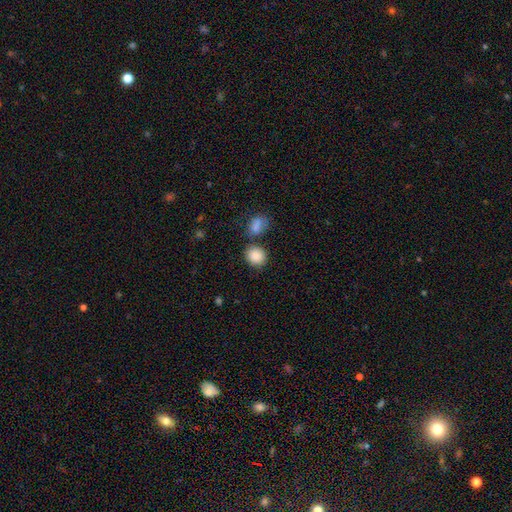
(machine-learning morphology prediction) The model was most divided on "how rounded": round: 76%, in between: 23%, cigar-shaped: 1%. More confident: smooth or featured — smooth (88%); merging — none (72%).